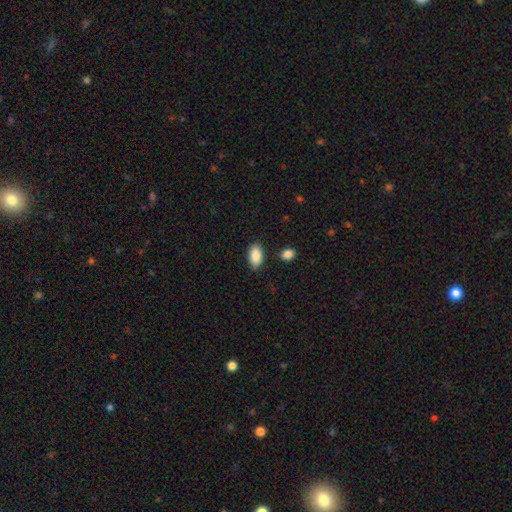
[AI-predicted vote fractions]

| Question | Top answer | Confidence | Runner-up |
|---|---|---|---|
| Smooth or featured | smooth | 89% | star or artifact (6%) |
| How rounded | in between | 93% | round (5%) |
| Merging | none | 84% | minor disturbance (11%) |